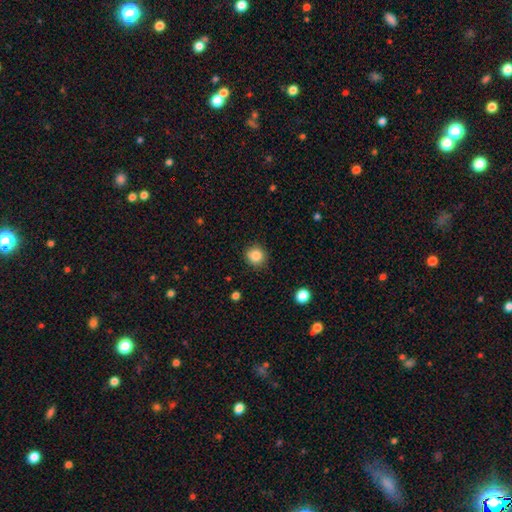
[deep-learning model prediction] This appears to be a smooth galaxy with no disk features (85%) that is round (90%). Merging: none (88%).